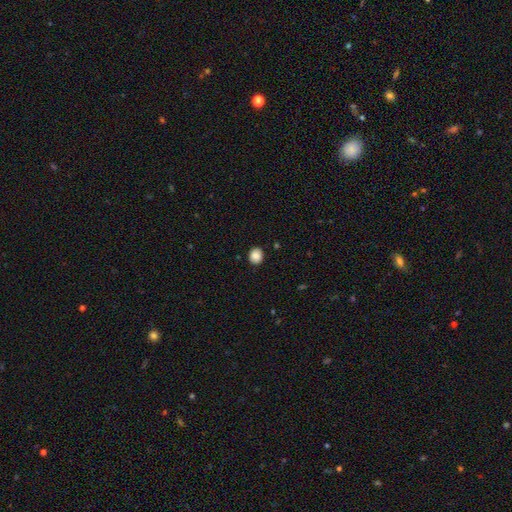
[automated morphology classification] A smooth galaxy with no disk features (87%) that is round (73%).

Vote fractions:
- Smooth or featured? smooth: 87% / star or artifact: 9% / featured or disk: 4%
- How rounded? round: 73% / in between: 26% / cigar-shaped: 1%
- Merging? none: 89% / minor disturbance: 8% / major disturbance: 2% / merger: 1%